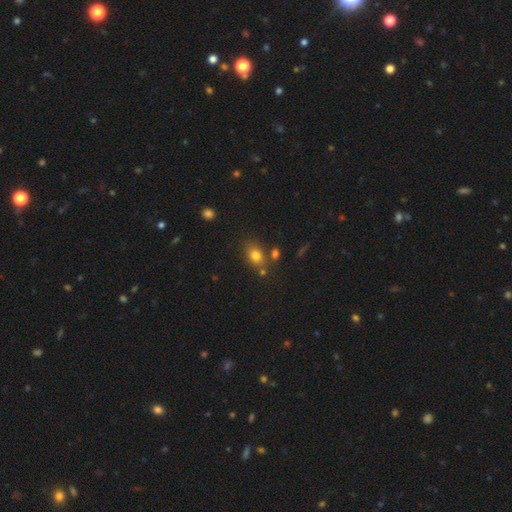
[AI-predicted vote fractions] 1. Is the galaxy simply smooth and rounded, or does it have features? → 78% smooth, 12% star or artifact, 10% featured or disk.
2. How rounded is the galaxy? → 69% in between, 30% round, 2% cigar-shaped.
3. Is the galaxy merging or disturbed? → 69% none, 14% minor disturbance, 13% merger, 4% major disturbance.